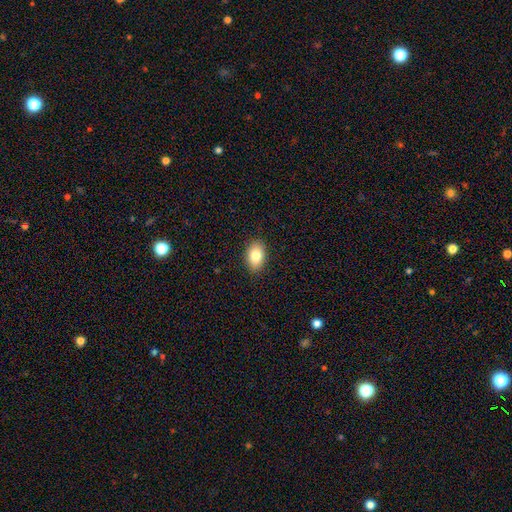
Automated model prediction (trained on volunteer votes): A smooth galaxy with no disk features (82%) that is in between round and cigar-shaped (89%). Merging: none (89%).